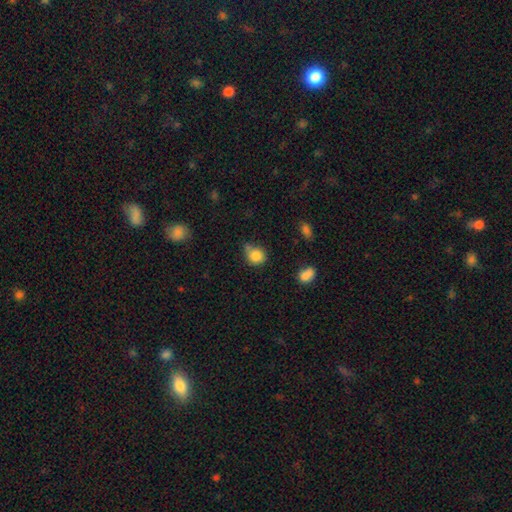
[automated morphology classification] This is clearly a smooth galaxy (84%). How rounded: likely round (79%). Merging: possibly none (49%).